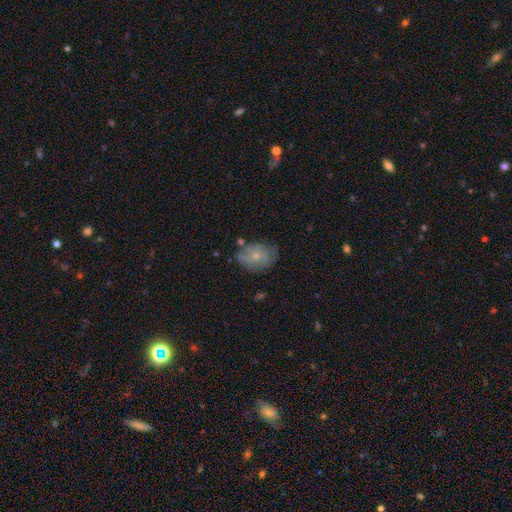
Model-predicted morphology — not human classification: Q: Smooth or featured?
A: smooth (53%); runner-up: featured or disk (39%)
Q: How rounded?
A: in between (63%); runner-up: round (35%)
Q: Merging?
A: none (62%); runner-up: minor disturbance (26%)